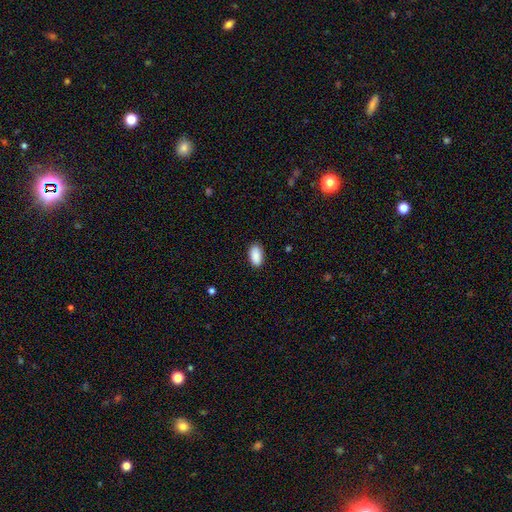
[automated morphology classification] A smooth galaxy with no disk features (90%) that is in between round and cigar-shaped (95%).

Vote fractions:
- Smooth or featured? smooth: 90% / star or artifact: 6% / featured or disk: 4%
- How rounded? in between: 95% / round: 3% / cigar-shaped: 3%
- Merging? none: 88% / minor disturbance: 9% / major disturbance: 2% / merger: 1%